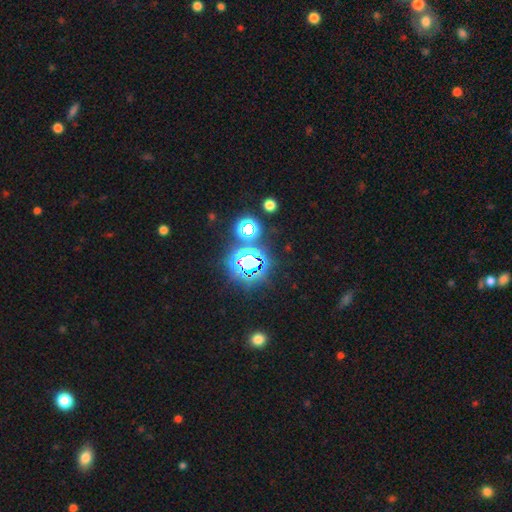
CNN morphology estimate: A star or artifact, not a galaxy (75%).

Vote fractions:
- Smooth or featured? star or artifact: 75% / smooth: 16% / featured or disk: 8%